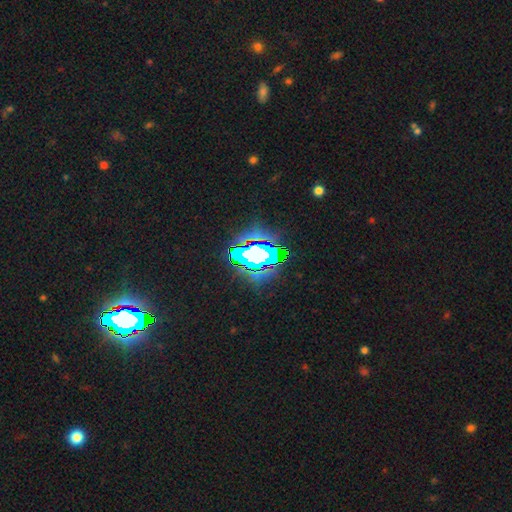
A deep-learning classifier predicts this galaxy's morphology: type=star or artifact (59%).